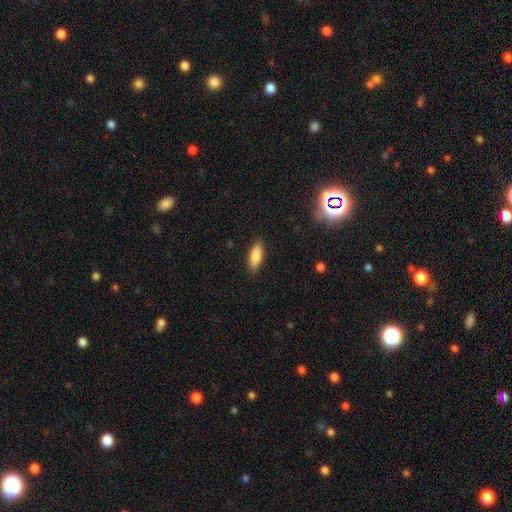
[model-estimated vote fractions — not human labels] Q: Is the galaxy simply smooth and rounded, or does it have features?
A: smooth — 87%.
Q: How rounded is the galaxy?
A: in between — 71%.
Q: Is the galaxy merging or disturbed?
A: none — 88%.